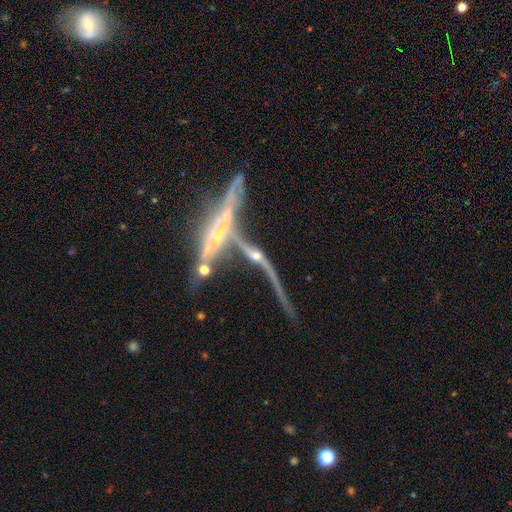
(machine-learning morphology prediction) smooth_or_featured: featured or disk (p=0.73) [alt: star or artifact p=0.18]
disk_edge_on: yes (p=0.72) [alt: no p=0.28]
edge_on_bulge: rounded (p=0.64) [alt: none p=0.26]
merging: merger (p=0.46) [alt: none p=0.26]